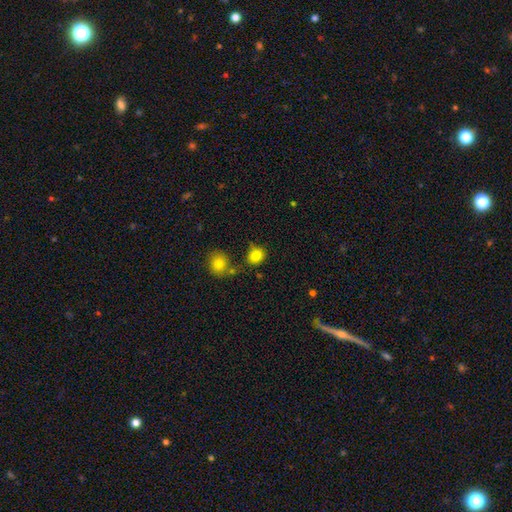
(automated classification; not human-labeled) A smooth galaxy with no disk features (82%) that is round (71%). Merging: none (69%).